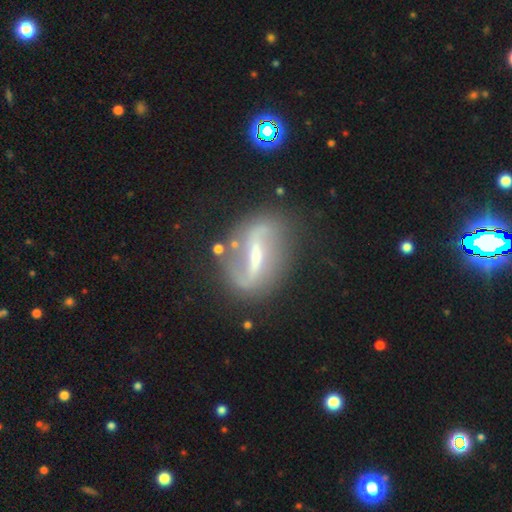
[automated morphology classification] Smooth or featured? Predicted: featured or disk (p=0.79). Edge-on disk? Predicted: no (p=0.90). Bar? Predicted: strong (p=0.64). Spiral arms? Predicted: yes (p=0.79). Spiral winding? Predicted: loose (p=0.66). Spiral arm count? Predicted: 2 (p=0.84). Bulge size? Predicted: small (p=0.45). Merging? Predicted: none (p=0.71).